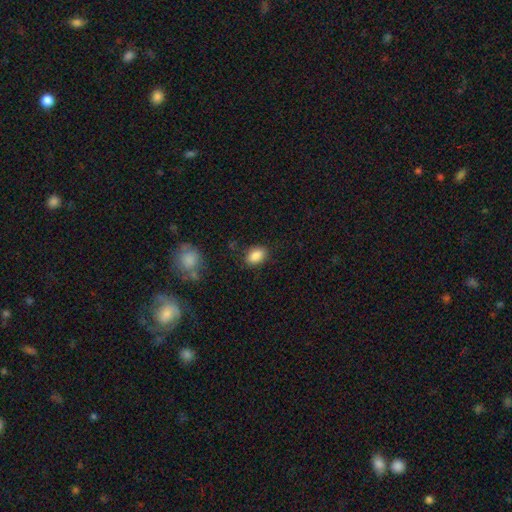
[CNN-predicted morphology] Smooth or featured? smooth (88%)
How rounded? in between (85%)
Merging? none (82%)